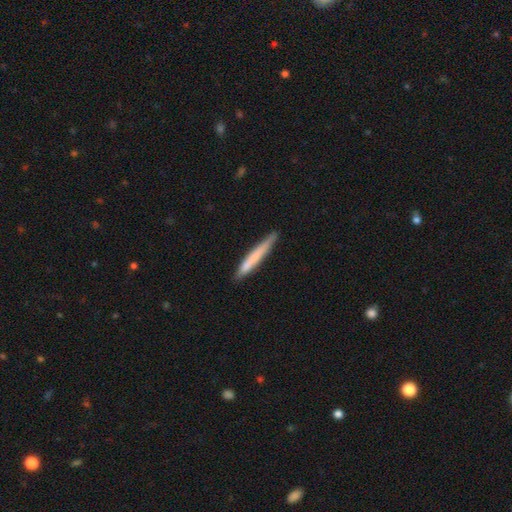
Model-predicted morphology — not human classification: The model was most divided on "smooth or featured": smooth: 70%, featured or disk: 24%, star or artifact: 5%. More confident: how rounded — cigar-shaped (96%); merging — none (83%).